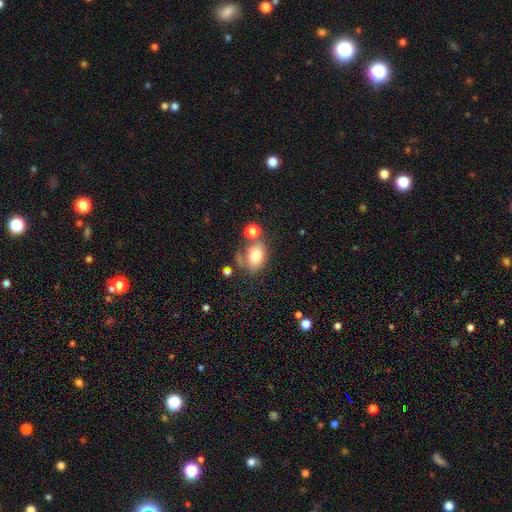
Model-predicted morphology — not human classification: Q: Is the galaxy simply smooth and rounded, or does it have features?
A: smooth — 75%.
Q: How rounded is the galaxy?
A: in between — 74%.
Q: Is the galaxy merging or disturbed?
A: none — 44%.